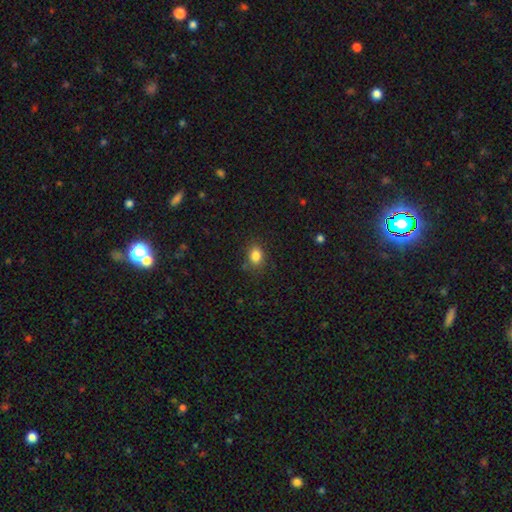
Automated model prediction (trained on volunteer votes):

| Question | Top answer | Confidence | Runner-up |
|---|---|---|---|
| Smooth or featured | smooth | 84% | star or artifact (11%) |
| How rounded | in between | 59% | round (40%) |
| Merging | none | 81% | minor disturbance (13%) |